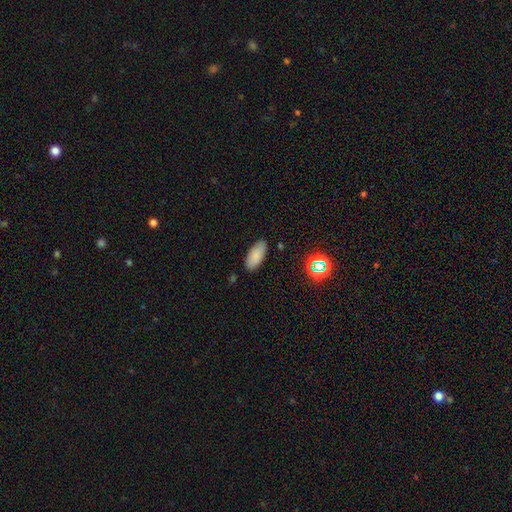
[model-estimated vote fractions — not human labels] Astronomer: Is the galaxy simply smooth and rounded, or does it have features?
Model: smooth — 85%.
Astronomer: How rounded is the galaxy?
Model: in between — 86%.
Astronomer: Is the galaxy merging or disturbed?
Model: none — 85%.